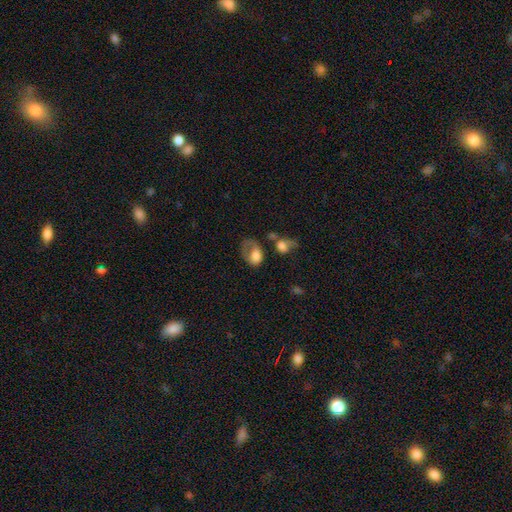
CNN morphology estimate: Smooth or featured: smooth — 65% (featured or disk — 27%)
How rounded: in between — 75% (round — 24%)
Merging: major disturbance — 41% (none — 22%)